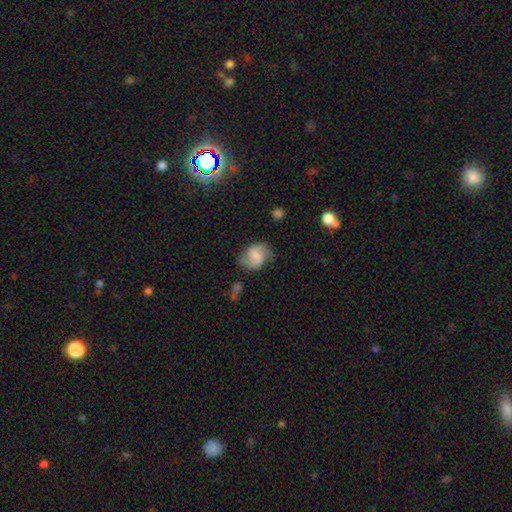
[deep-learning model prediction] Smooth or featured? Predicted: featured or disk (p=0.59). Edge-on disk? Predicted: no (p=0.98). Bar? Predicted: weak (p=0.46). Spiral arms? Predicted: yes (p=0.91). Spiral winding? Predicted: medium (p=0.43). Spiral arm count? Predicted: 2 (p=0.88). Bulge size? Predicted: none (p=0.43). Merging? Predicted: none (p=0.64).